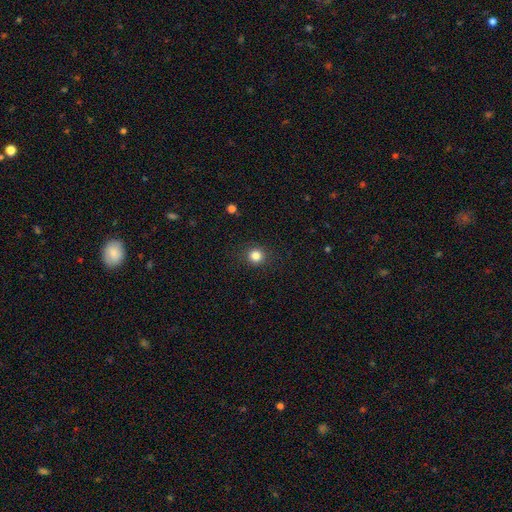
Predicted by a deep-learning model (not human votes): This is clearly a smooth galaxy (83%). How rounded: clearly round (92%). Merging: clearly none (90%).